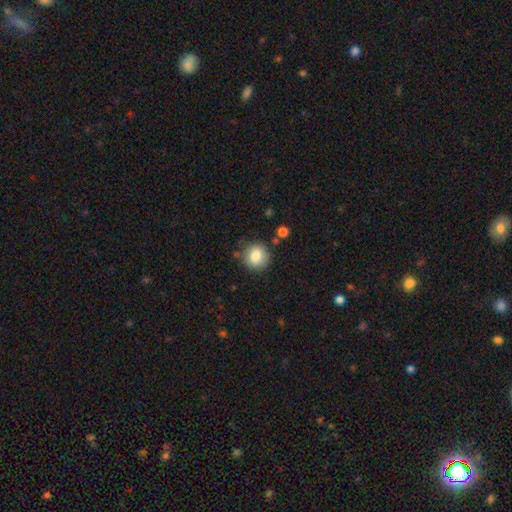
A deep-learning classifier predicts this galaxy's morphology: smooth-or-featured: smooth: 83% | featured or disk: 8% | star or artifact: 8%
  how-rounded: round: 85% | in between: 14% | cigar-shaped: 1%
  merging: none: 78% | minor disturbance: 14% | major disturbance: 4% | merger: 4%